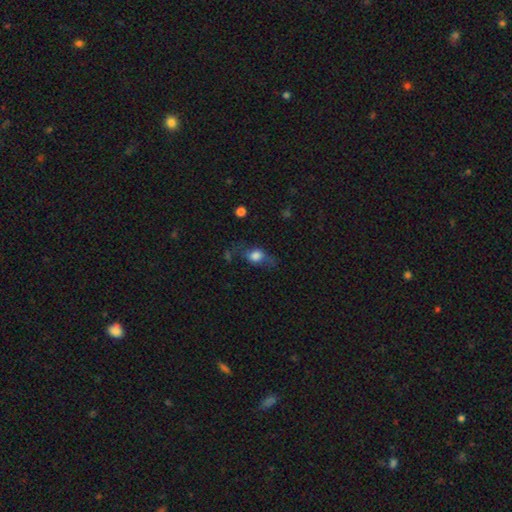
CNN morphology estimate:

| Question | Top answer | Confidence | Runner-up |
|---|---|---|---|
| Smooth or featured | smooth | 66% | featured or disk (24%) |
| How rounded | in between | 60% | round (32%) |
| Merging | none | 53% | minor disturbance (25%) |